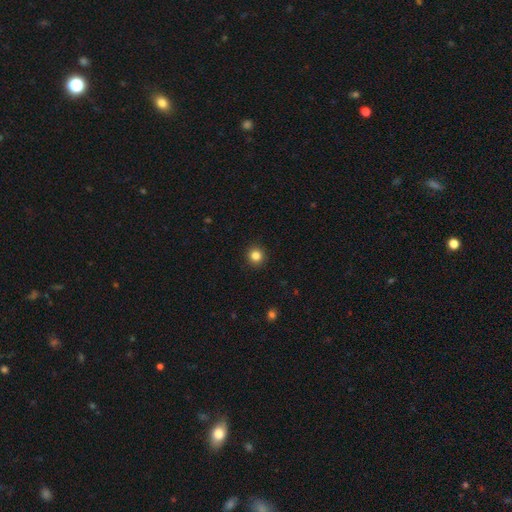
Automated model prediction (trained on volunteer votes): Smooth or featured?
  - smooth: 84% *
  - star or artifact: 11%
  - featured or disk: 5%
How rounded?
  - round: 94% *
  - in between: 5%
  - cigar-shaped: 1%
Merging?
  - none: 93% *
  - minor disturbance: 5%
  - major disturbance: 2%
  - merger: 1%